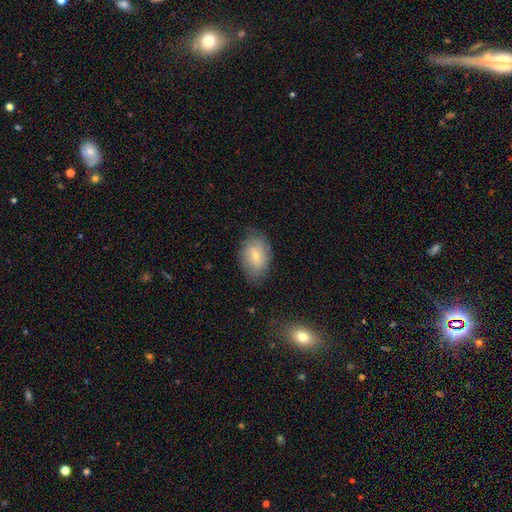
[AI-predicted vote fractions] smooth-or-featured: smooth: 64% | featured or disk: 28% | star or artifact: 8%
  how-rounded: in between: 85% | round: 14% | cigar-shaped: 1%
  merging: none: 73% | minor disturbance: 20% | major disturbance: 6% | merger: 1%